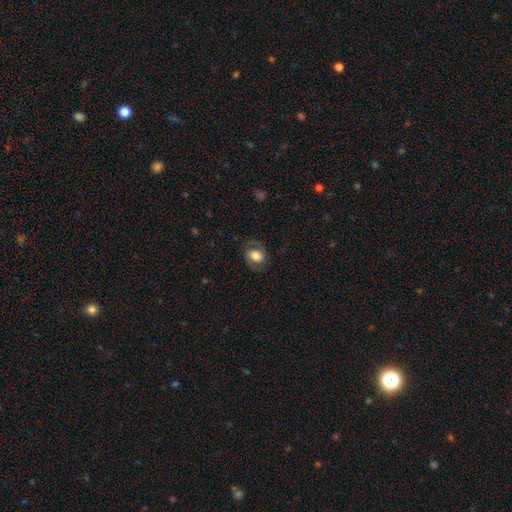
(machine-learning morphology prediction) smooth_or_featured: featured or disk (p=0.53) [alt: smooth p=0.39]
disk_edge_on: no (p=0.96) [alt: yes p=0.04]
bar: no (p=0.58) [alt: weak p=0.30]
has_spiral_arms: yes (p=0.79) [alt: no p=0.21]
bulge_size: large (p=0.48) [alt: moderate p=0.32]
merging: none (p=0.75) [alt: minor disturbance p=0.15]